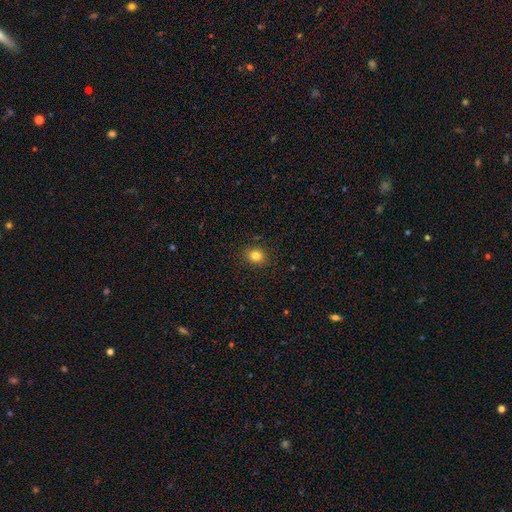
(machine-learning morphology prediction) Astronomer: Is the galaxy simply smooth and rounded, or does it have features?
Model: smooth — 81%.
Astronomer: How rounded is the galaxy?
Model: round — 67%.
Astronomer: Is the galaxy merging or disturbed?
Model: none — 89%.